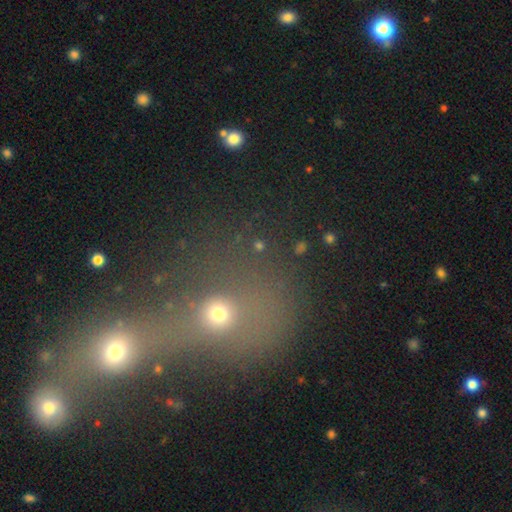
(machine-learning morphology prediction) Smooth or featured?
  - smooth: 48% *
  - star or artifact: 35%
  - featured or disk: 17%
Merging?
  - merger: 75% *
  - none: 16%
  - major disturbance: 5%
  - minor disturbance: 4%